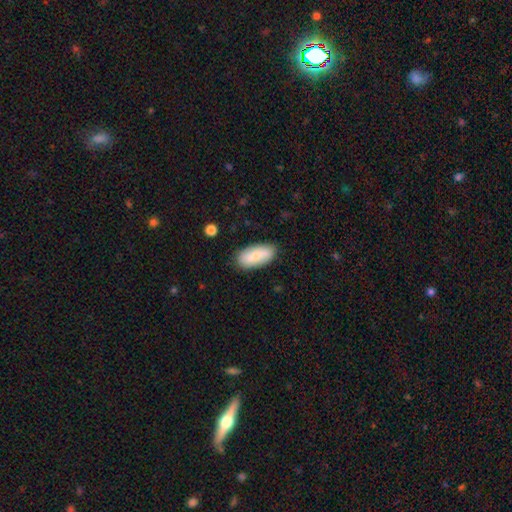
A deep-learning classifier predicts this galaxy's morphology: smooth 78%, featured or disk 16%, star or artifact 6%. Down the decision tree: how rounded — in between (87%); merging — none (84%).